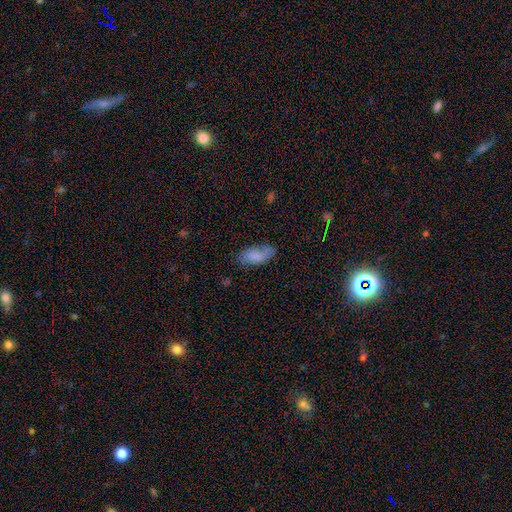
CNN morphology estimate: Overall: smooth (79%). How rounded: in between (89%). Merging: none (70%).